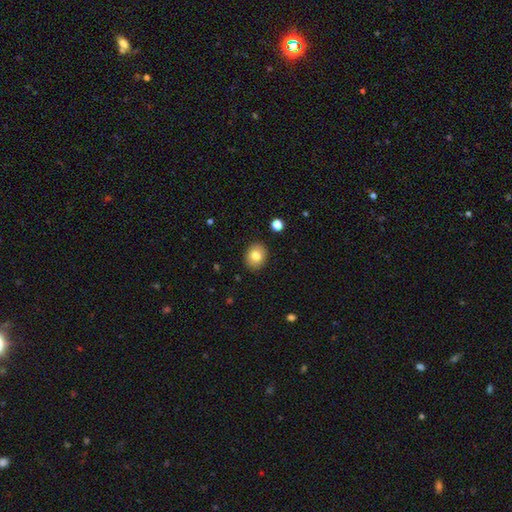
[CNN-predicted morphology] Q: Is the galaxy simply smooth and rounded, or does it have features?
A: smooth — 80%.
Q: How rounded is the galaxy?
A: round — 59%.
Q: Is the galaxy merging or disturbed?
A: none — 90%.